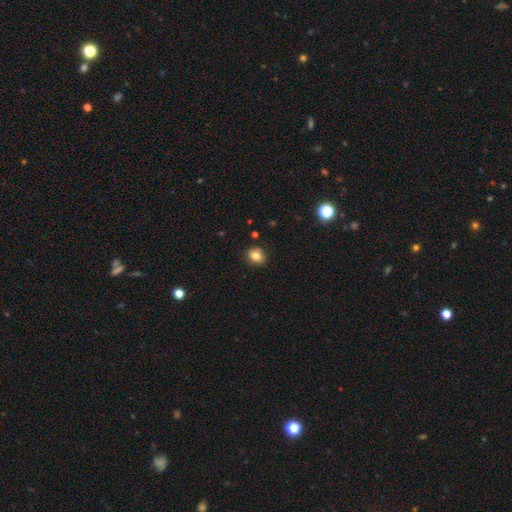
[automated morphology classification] Smooth or featured? Predicted: smooth (p=0.82). How rounded? Predicted: round (p=0.56). Merging? Predicted: none (p=0.86).